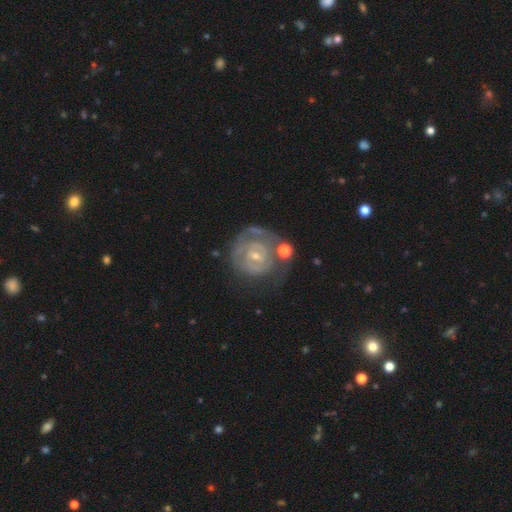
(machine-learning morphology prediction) Overall: featured or disk (82%). Edge-on disk: no (97%). Bar: no (46%; weak 43%). Spiral arms: yes (84%). Spiral arm count: can't tell (40%; 2 34%). Spiral winding: tight (74%). Bulge size: small (67%; moderate 29%). Merging: none (55%; minor disturbance 20%).